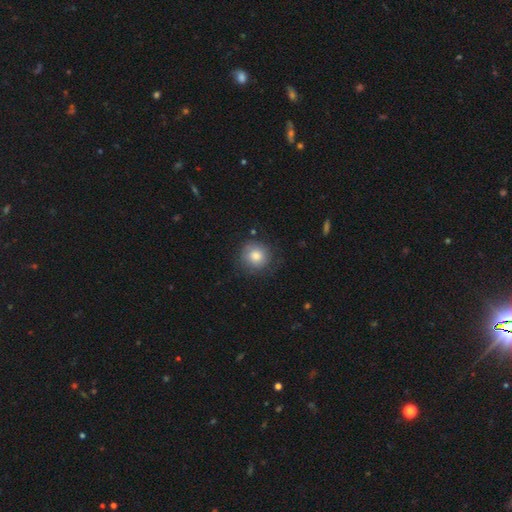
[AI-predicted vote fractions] This is clearly a smooth galaxy (80%). How rounded: clearly round (92%). Merging: likely none (77%).